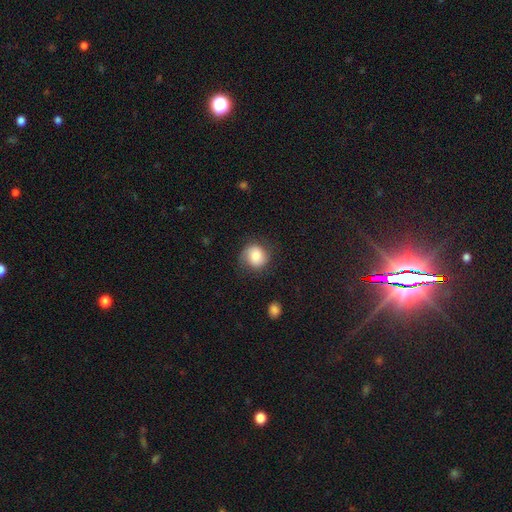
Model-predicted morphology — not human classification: Overall: smooth (74%). How rounded: round (81%). Merging: none (71%).